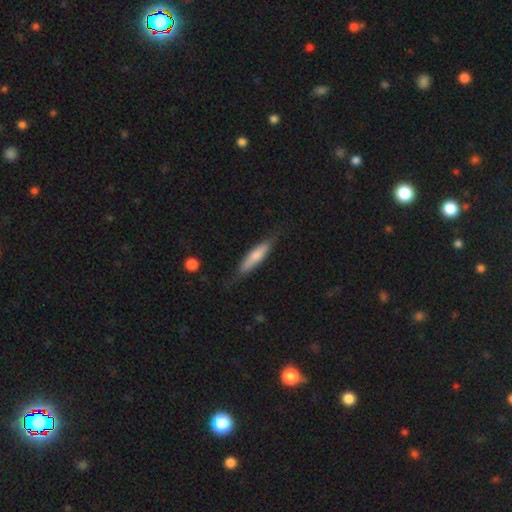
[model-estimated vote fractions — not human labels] Smooth or featured? smooth (67%)
How rounded? cigar-shaped (79%)
Merging? none (76%)